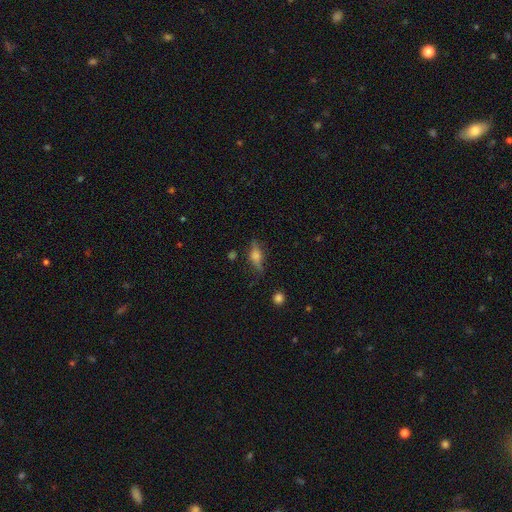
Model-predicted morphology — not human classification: Overall: featured or disk (48%; smooth 41%). Merging: none (72%).